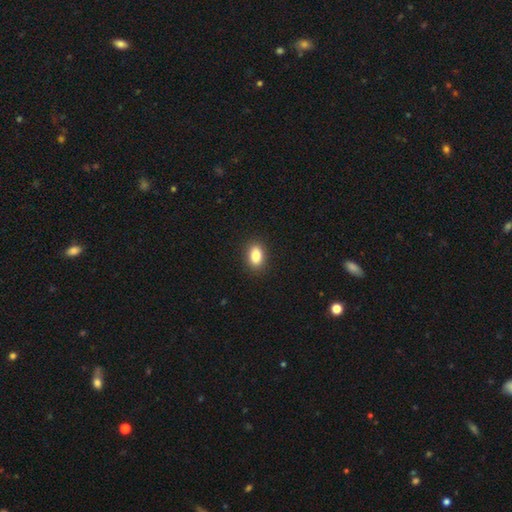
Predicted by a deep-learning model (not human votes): Smooth or featured? smooth (86%)
How rounded? in between (86%)
Merging? none (90%)